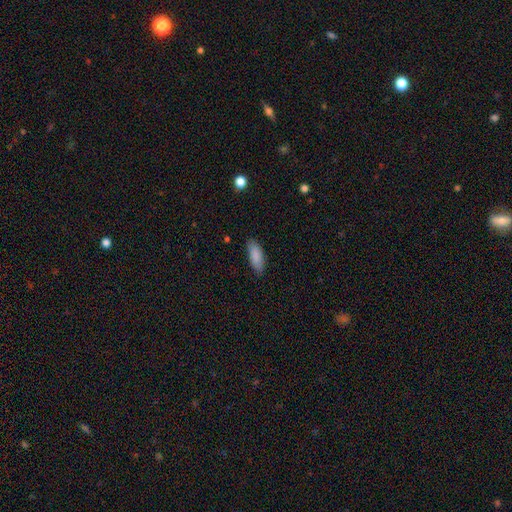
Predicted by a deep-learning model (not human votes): Morphology: type=smooth (88%); roundness=in between (71%); merging=none (86%).